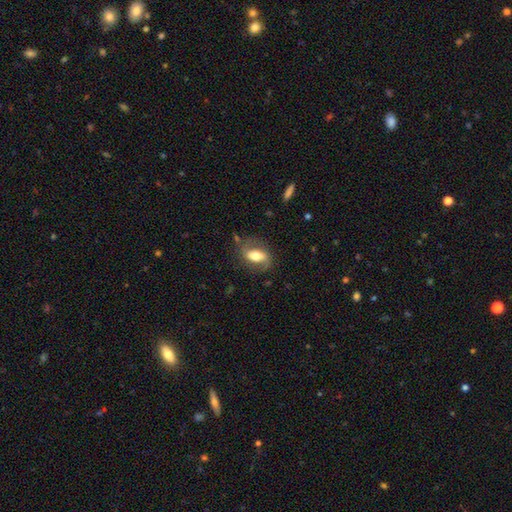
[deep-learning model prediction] Smooth or featured?
  - featured or disk: 48% *
  - smooth: 45%
  - star or artifact: 7%
Merging?
  - none: 68% *
  - minor disturbance: 20%
  - major disturbance: 10%
  - merger: 2%